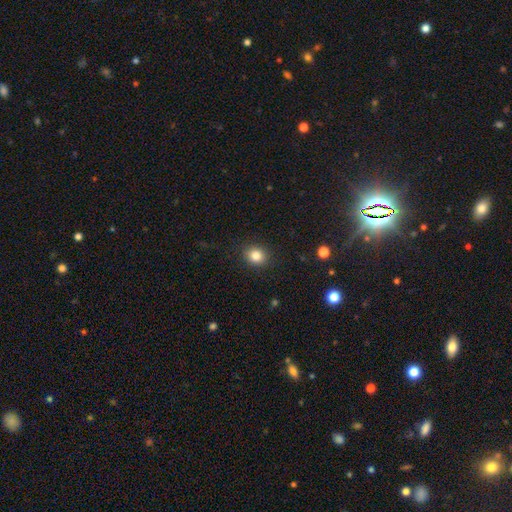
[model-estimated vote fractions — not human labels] This is clearly a smooth galaxy (84%). How rounded: likely round (73%). Merging: clearly none (90%).